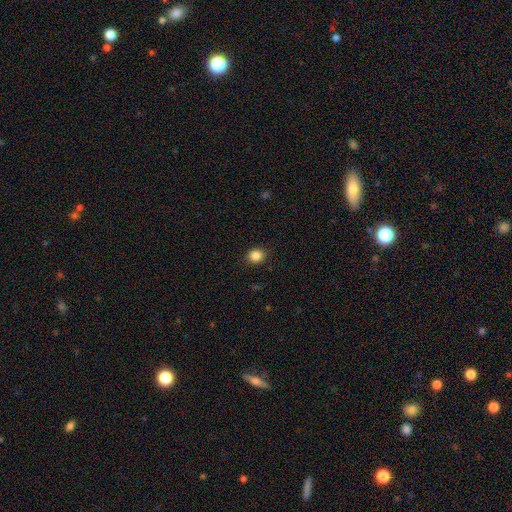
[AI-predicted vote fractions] smooth_or_featured: smooth (p=0.85) [alt: star or artifact p=0.11]
how_rounded: round (p=0.75) [alt: in between p=0.24]
merging: none (p=0.89) [alt: minor disturbance p=0.08]